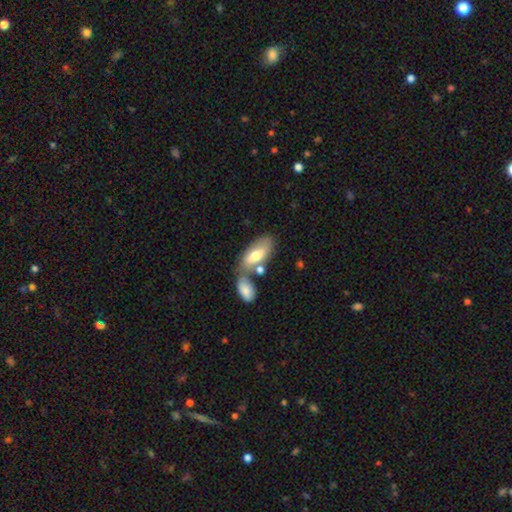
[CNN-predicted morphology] smooth 64%, featured or disk 30%, star or artifact 6%. Down the decision tree: how rounded — in between (86%); merging — none (45%).